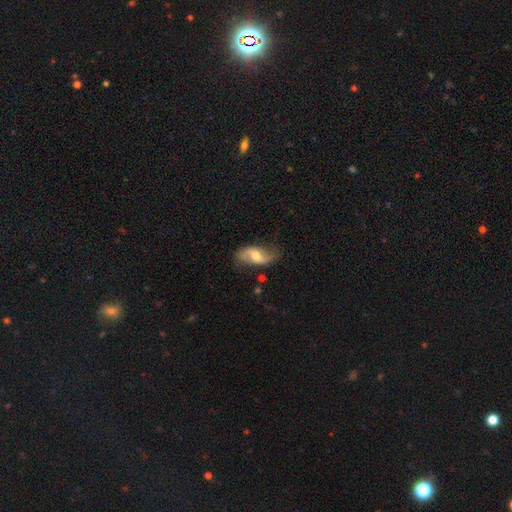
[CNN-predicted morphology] Q: Smooth or featured?
A: featured or disk (68%); runner-up: smooth (25%)
Q: Edge-on disk?
A: no (94%); runner-up: yes (6%)
Q: Bar?
A: weak (44%); runner-up: no (42%)
Q: Spiral arms?
A: yes (90%); runner-up: no (10%)
Q: Spiral winding?
A: loose (69%); runner-up: medium (24%)
Q: Spiral arm count?
A: 2 (89%); runner-up: can't tell (5%)
Q: Bulge size?
A: moderate (66%); runner-up: small (20%)
Q: Merging?
A: none (71%); runner-up: minor disturbance (20%)